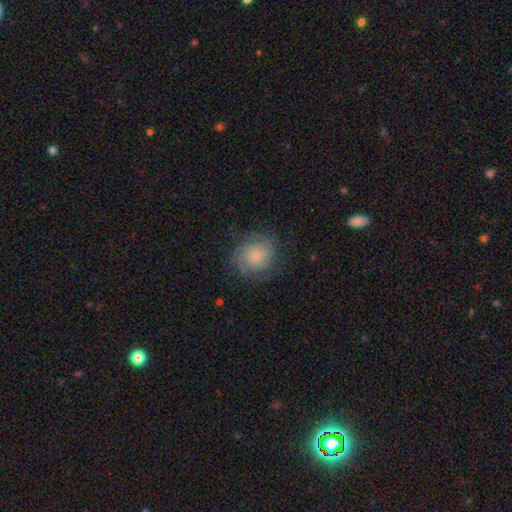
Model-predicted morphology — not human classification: smooth-or-featured: featured or disk: 56% | smooth: 36% | star or artifact: 8%
  disk-edge-on: no: 98% | yes: 2%
    bar: no: 81% | weak: 17% | strong: 3%
    has-spiral-arms: yes: 88% | no: 12%
    bulge-size: small: 65% | moderate: 22% | none: 8% | large: 4% | dominant: 2%
  merging: none: 71% | minor disturbance: 17% | major disturbance: 10% | merger: 1%